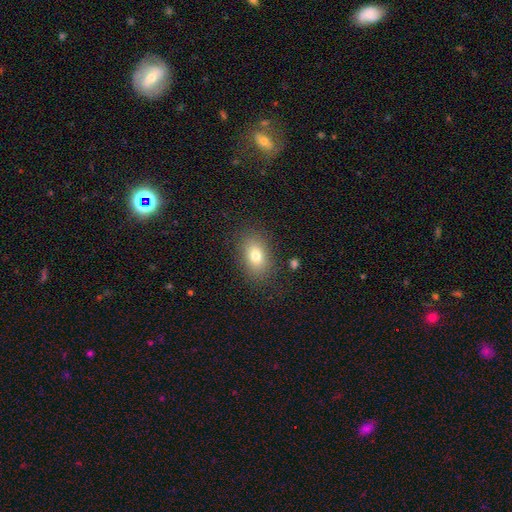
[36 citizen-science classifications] Q: Smooth or featured?
A: smooth (83%); runner-up: featured or disk (8%)
Q: How rounded?
A: in between (87%); runner-up: round (10%)
Q: Merging?
A: none (88%); runner-up: minor disturbance (12%)